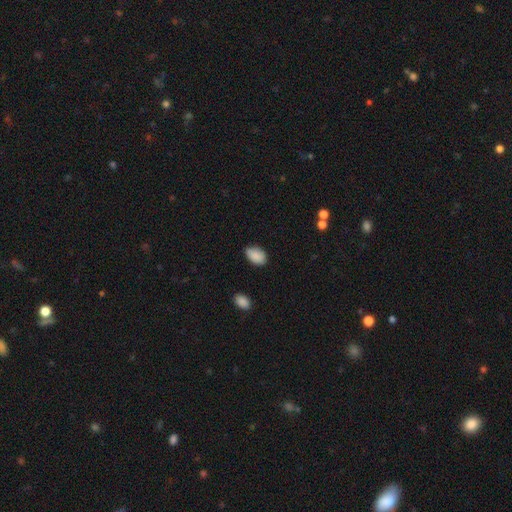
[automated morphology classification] Smooth or featured? smooth (88%)
How rounded? in between (90%)
Merging? none (73%)